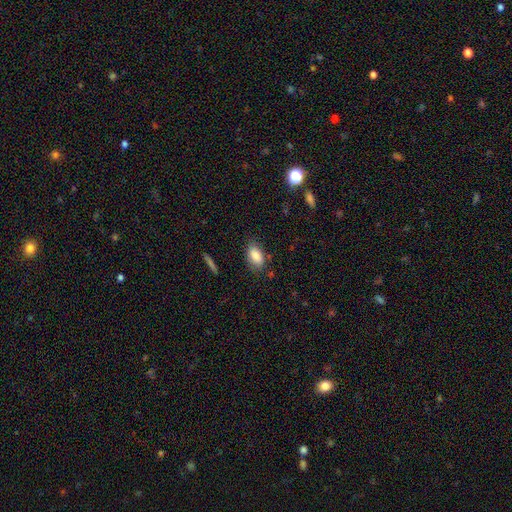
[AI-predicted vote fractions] This appears to be a smooth galaxy with no disk features (86%) that is in between round and cigar-shaped (91%). Merging: none (76%).